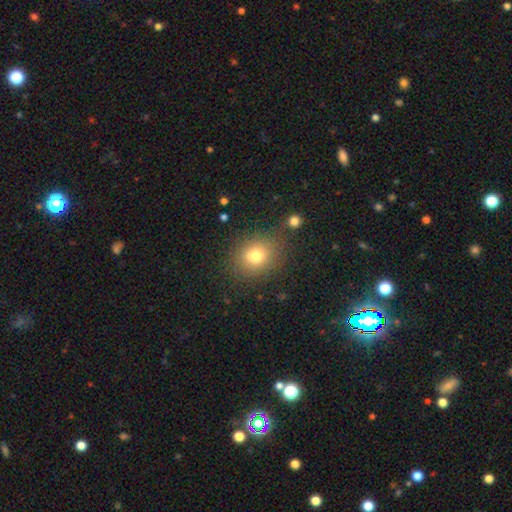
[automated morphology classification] Smooth or featured? smooth (75%)
How rounded? round (60%)
Merging? none (73%)